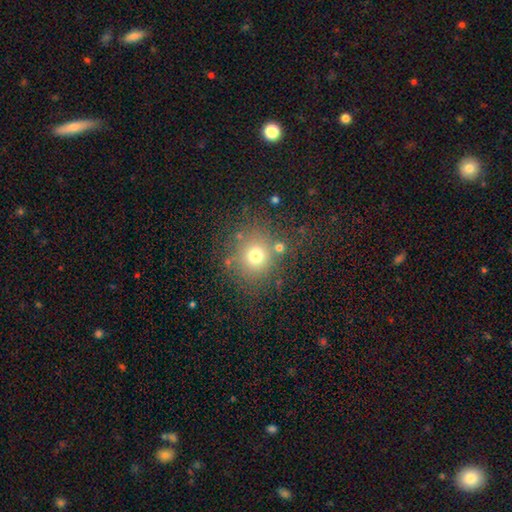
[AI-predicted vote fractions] This appears to be a smooth galaxy with no disk features (70%) that is round (89%). Merging: none (75%).